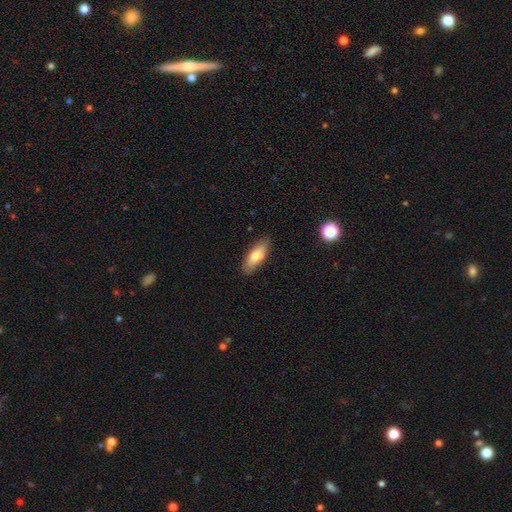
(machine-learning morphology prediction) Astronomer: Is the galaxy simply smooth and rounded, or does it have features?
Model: smooth — 70%.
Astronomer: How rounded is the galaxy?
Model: in between — 69%.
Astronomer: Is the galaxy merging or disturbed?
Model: none — 83%.